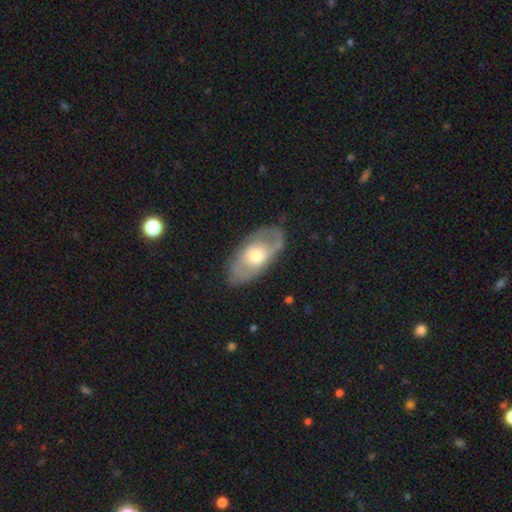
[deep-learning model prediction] Smooth or featured? Predicted: featured or disk (p=0.53). Edge-on disk? Predicted: no (p=0.86). Merging? Predicted: none (p=0.78).